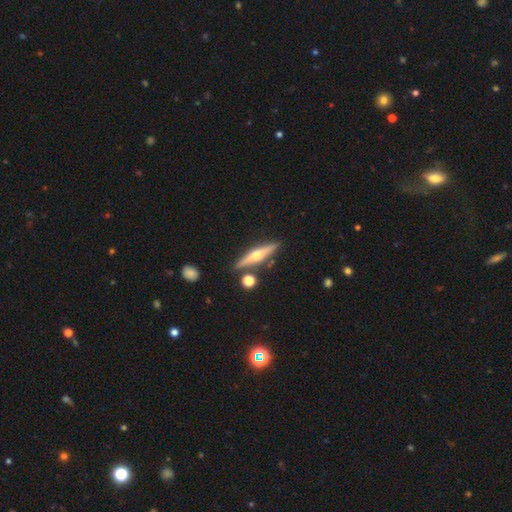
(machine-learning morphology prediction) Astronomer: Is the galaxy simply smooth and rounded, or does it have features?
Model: featured or disk — 68%.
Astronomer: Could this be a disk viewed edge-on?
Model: yes — 96%.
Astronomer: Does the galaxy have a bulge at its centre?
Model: rounded — 92%.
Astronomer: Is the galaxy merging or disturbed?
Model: none — 84%.